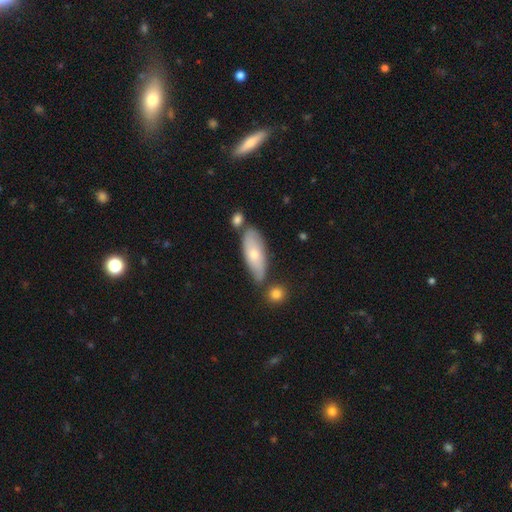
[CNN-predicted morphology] The model was most divided on "smooth or featured": smooth: 49%, featured or disk: 42%, star or artifact: 10%. More confident: merging — none (70%).